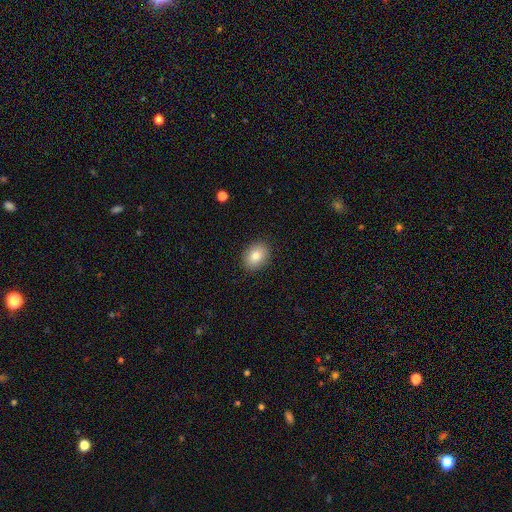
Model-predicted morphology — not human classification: Q: Smooth or featured?
A: smooth (81%); runner-up: featured or disk (10%)
Q: How rounded?
A: in between (58%); runner-up: round (41%)
Q: Merging?
A: none (90%); runner-up: minor disturbance (7%)